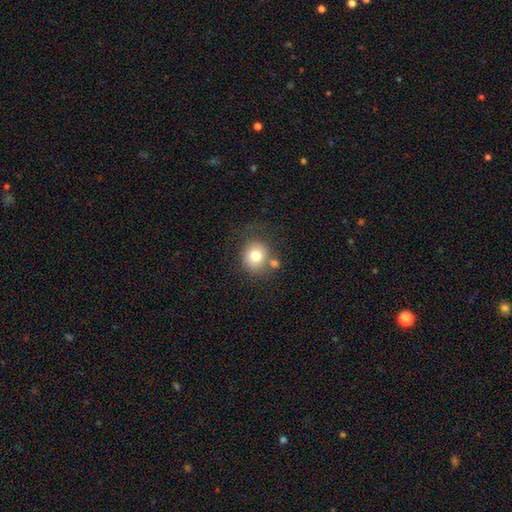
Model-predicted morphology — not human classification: smooth 76%, featured or disk 13%, star or artifact 11%. Down the decision tree: how rounded — round (84%); merging — none (62%).